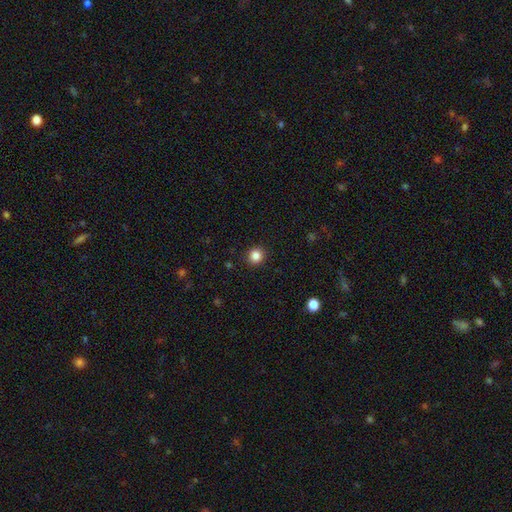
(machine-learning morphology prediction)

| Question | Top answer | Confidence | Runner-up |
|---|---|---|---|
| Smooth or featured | smooth | 85% | star or artifact (12%) |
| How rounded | round | 92% | in between (7%) |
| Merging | none | 92% | minor disturbance (5%) |